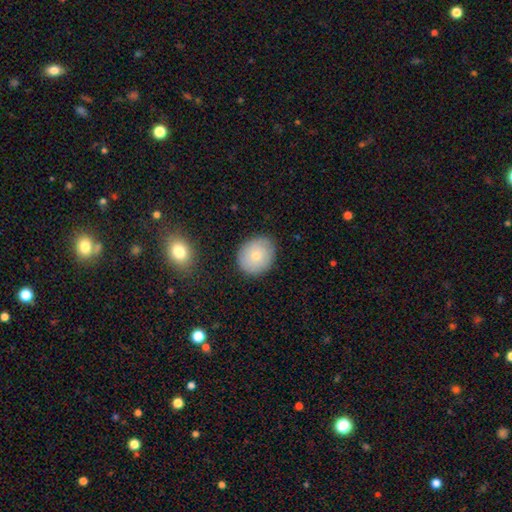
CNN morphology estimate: A smooth galaxy with no disk features (71%) that is round (70%).

Vote fractions:
- Smooth or featured? smooth: 71% / featured or disk: 21% / star or artifact: 8%
- How rounded? round: 70% / in between: 29% / cigar-shaped: 1%
- Merging? none: 83% / minor disturbance: 12% / major disturbance: 3% / merger: 1%